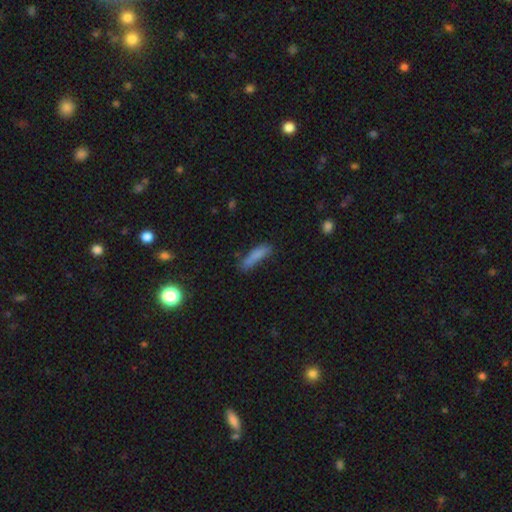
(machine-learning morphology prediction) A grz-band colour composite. It shows a smooth galaxy with no disk features (79%) that is cigar-shaped (75%). Merging: none (59%).